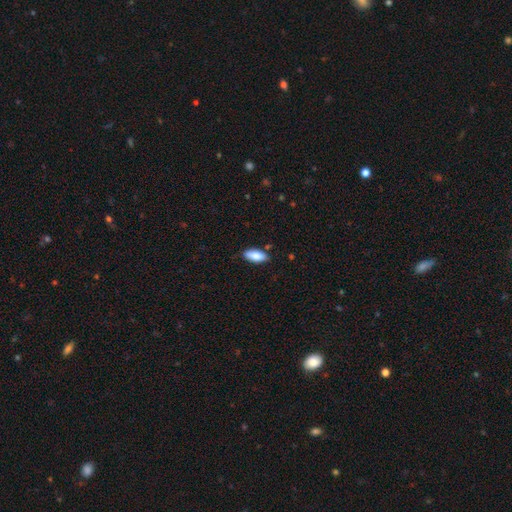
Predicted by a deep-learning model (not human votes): smooth 86%, featured or disk 8%, star or artifact 6%. Down the decision tree: how rounded — in between (86%); merging — none (84%).